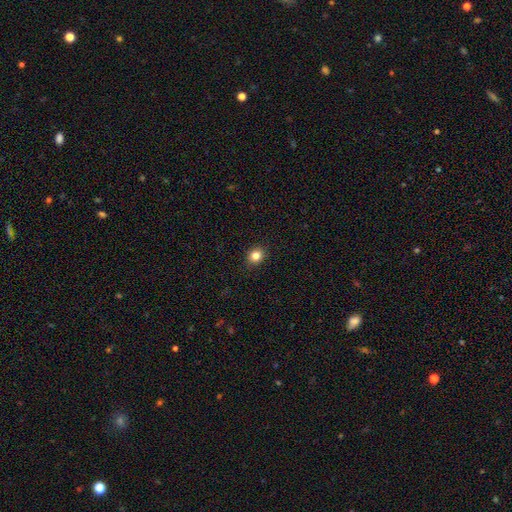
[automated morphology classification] smooth-or-featured: smooth: 83% | star or artifact: 12% | featured or disk: 6%
  how-rounded: round: 74% | in between: 25% | cigar-shaped: 1%
  merging: none: 91% | minor disturbance: 6% | major disturbance: 2% | merger: 1%